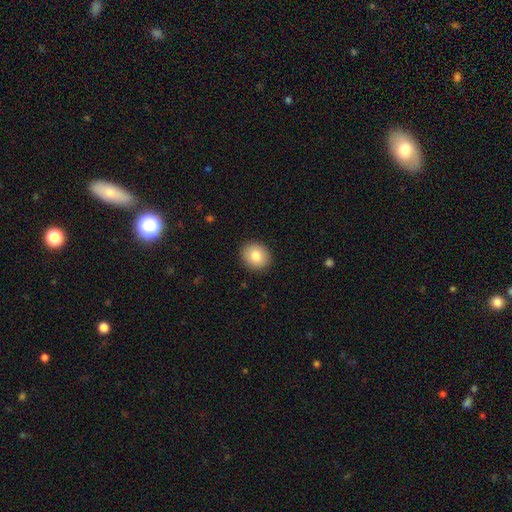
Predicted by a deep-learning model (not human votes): This appears to be a smooth galaxy with no disk features (82%) that is round (75%). Merging: none (91%).